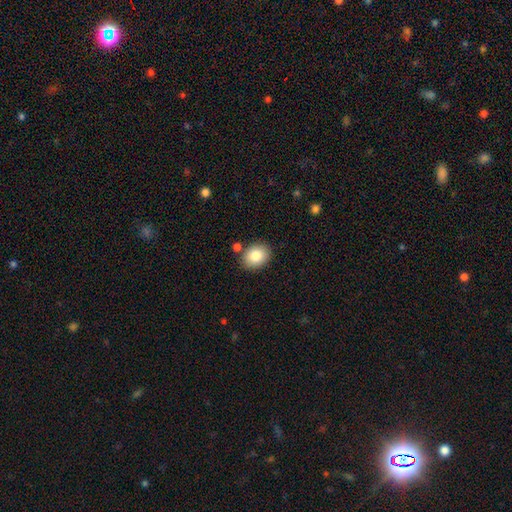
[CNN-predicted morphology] A smooth galaxy with no disk features (83%) that is in between round and cigar-shaped (53%).

Vote fractions:
- Smooth or featured? smooth: 83% / featured or disk: 8% / star or artifact: 8%
- How rounded? in between: 53% / round: 46% / cigar-shaped: 1%
- Merging? none: 83% / minor disturbance: 10% / merger: 5% / major disturbance: 2%